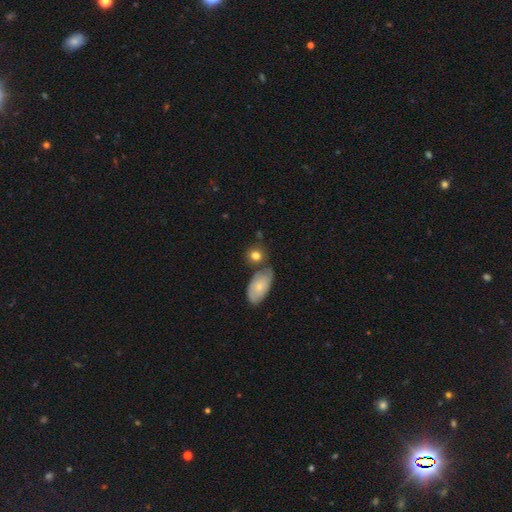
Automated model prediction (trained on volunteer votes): smooth_or_featured: smooth (p=0.78) [alt: featured or disk p=0.13]
how_rounded: round (p=0.68) [alt: in between p=0.30]
merging: none (p=0.61) [alt: merger p=0.20]